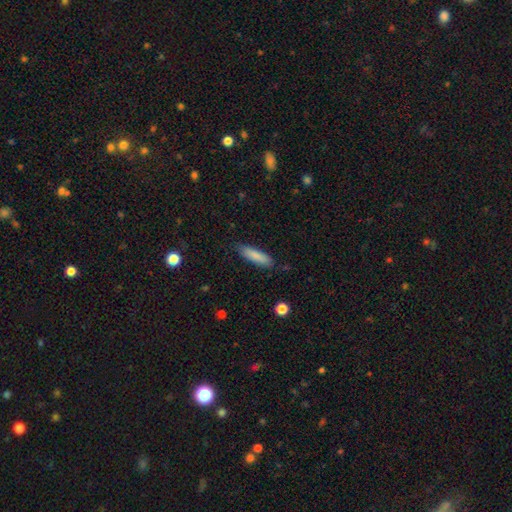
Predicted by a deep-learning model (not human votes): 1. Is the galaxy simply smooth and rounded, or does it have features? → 85% smooth, 9% featured or disk, 6% star or artifact.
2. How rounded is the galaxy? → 69% cigar-shaped, 29% in between, 1% round.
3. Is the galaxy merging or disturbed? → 84% none, 12% minor disturbance, 2% major disturbance, 1% merger.